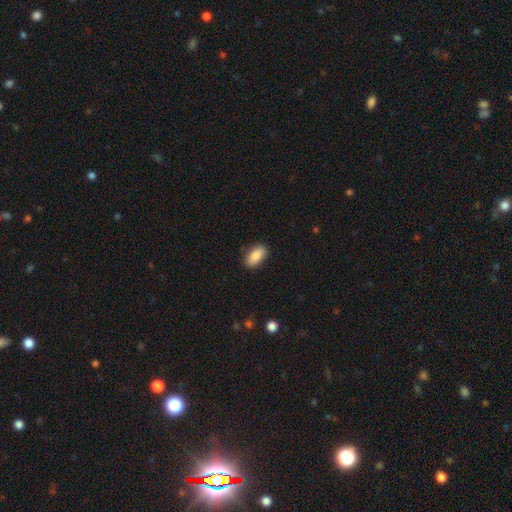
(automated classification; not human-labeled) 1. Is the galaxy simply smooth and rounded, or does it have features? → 86% smooth, 7% featured or disk, 7% star or artifact.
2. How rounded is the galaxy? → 90% in between, 7% cigar-shaped, 3% round.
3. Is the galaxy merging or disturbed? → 87% none, 9% minor disturbance, 2% major disturbance, 1% merger.